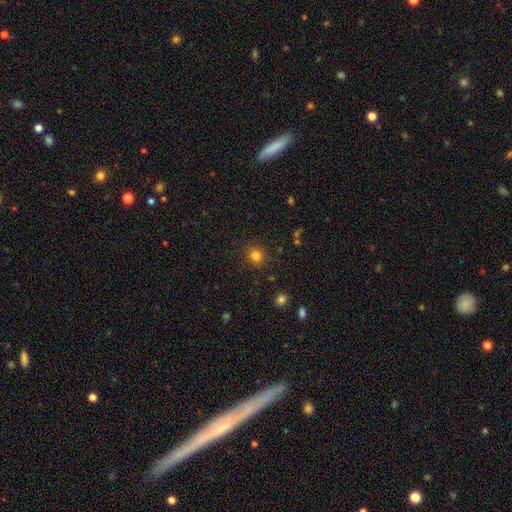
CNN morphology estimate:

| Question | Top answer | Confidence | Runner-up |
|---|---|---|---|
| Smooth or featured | smooth | 81% | star or artifact (14%) |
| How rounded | round | 81% | in between (18%) |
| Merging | none | 87% | minor disturbance (8%) |